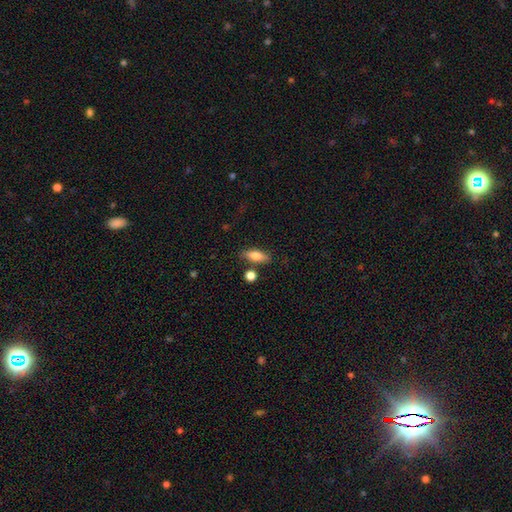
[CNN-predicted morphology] This appears to be a smooth galaxy with no disk features (75%) that is in between round and cigar-shaped (70%). Merging: none (76%).